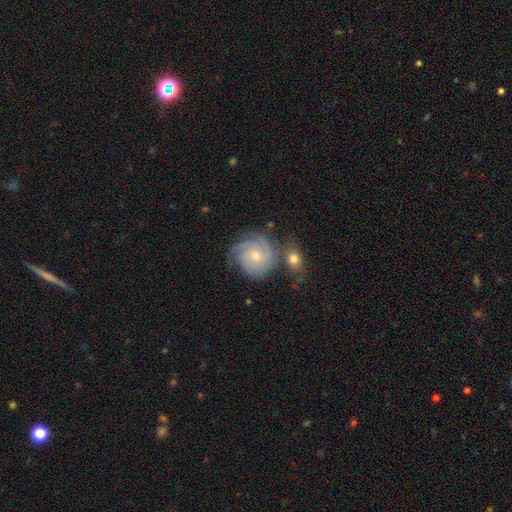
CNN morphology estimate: A featured or disk galaxy (74%) with no bar (77%), 3 (32%) tight (65%) spiral arms (94%) and a small central bulge (60%).

Vote fractions:
- Smooth or featured? featured or disk: 74% / smooth: 19% / star or artifact: 7%
- Edge-on disk? no: 97% / yes: 3%
- Bar? no: 77% / weak: 20% / strong: 3%
- Spiral arms? yes: 94% / no: 6%
- Spiral winding? tight: 65% / medium: 27% / loose: 8%
- Spiral arm count? 3: 32% / can't tell: 27% / 4: 19% / 2: 11% / more than 4: 6% / 1: 6%
- Bulge size? small: 60% / moderate: 37% / large: 1% / none: 1% / dominant: 1%
- Merging? none: 61% / minor disturbance: 18% / merger: 13% / major disturbance: 8%